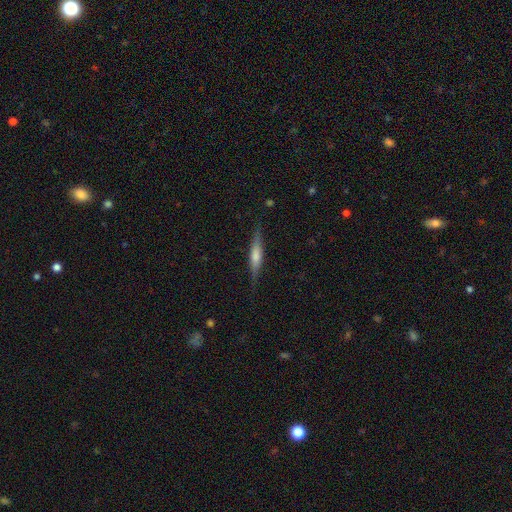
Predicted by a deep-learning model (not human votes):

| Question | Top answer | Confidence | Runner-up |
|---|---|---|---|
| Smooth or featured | featured or disk | 60% | smooth (34%) |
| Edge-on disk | yes | 96% | no (4%) |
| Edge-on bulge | rounded | 61% | boxy (24%) |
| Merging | none | 85% | minor disturbance (11%) |